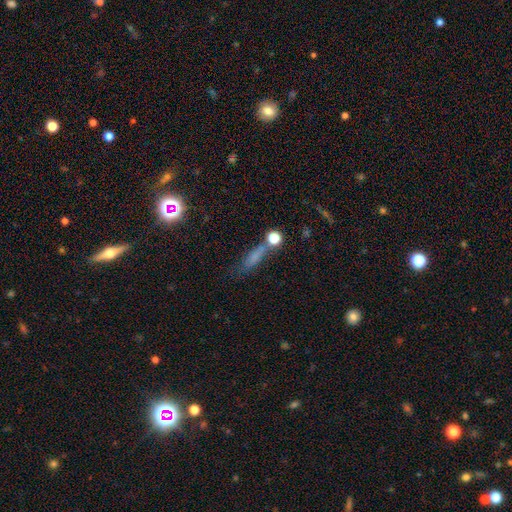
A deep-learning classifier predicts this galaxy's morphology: Smooth or featured? smooth (59%)
How rounded? cigar-shaped (60%)
Merging? none (56%)